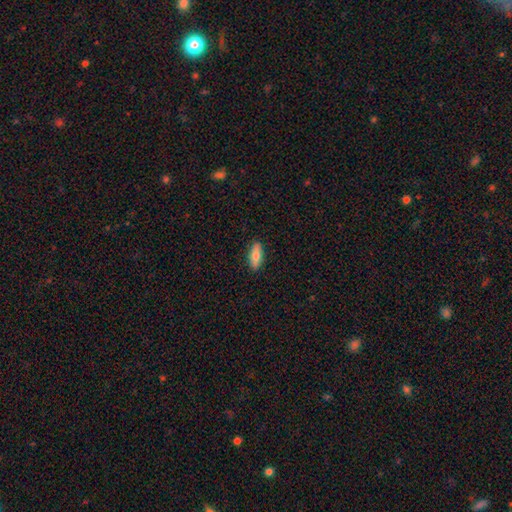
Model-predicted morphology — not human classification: This is likely a smooth galaxy (77%). How rounded: likely in between (71%). Merging: clearly none (90%).